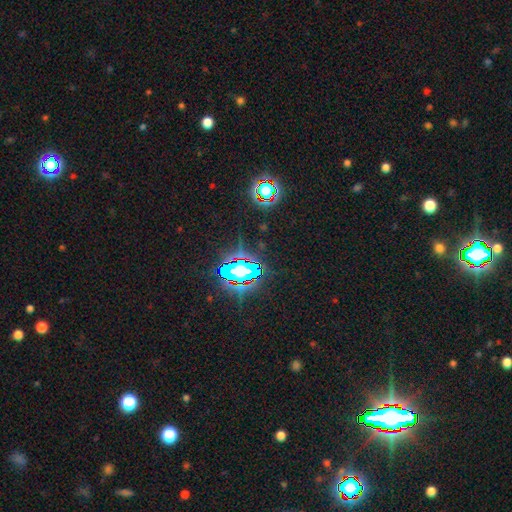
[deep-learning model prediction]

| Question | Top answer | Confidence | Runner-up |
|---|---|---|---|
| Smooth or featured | star or artifact | 84% | smooth (9%) |